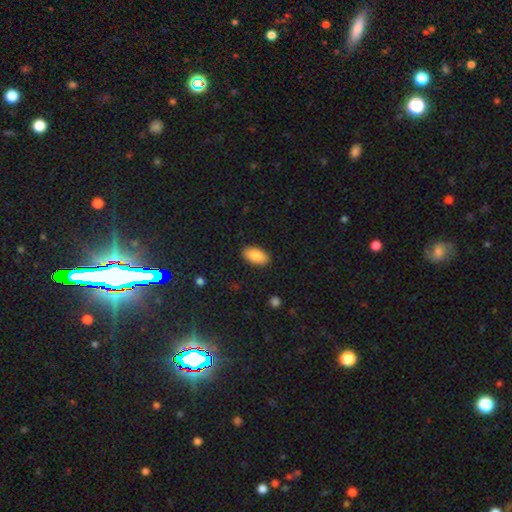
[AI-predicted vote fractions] This is clearly a smooth galaxy (88%). How rounded: clearly in between (94%). Merging: clearly none (88%).